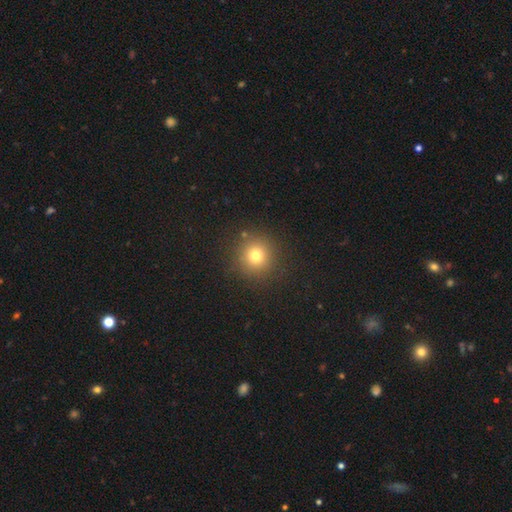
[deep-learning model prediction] A smooth galaxy with no disk features (75%) that is round (94%). Merging: none (88%).